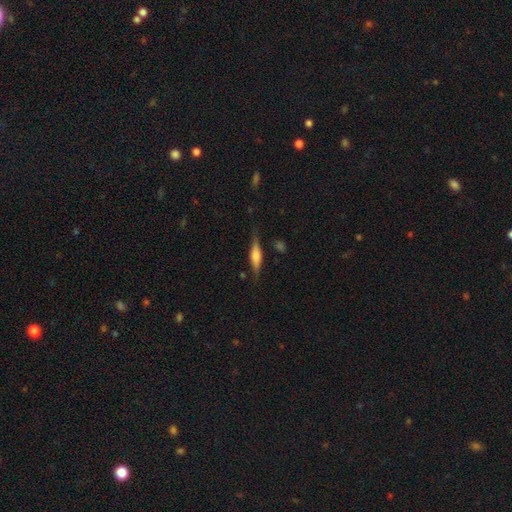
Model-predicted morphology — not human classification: This is possibly a featured or disk galaxy (50%). It is clearly viewed edge-on (94%). Merging: likely none (79%).